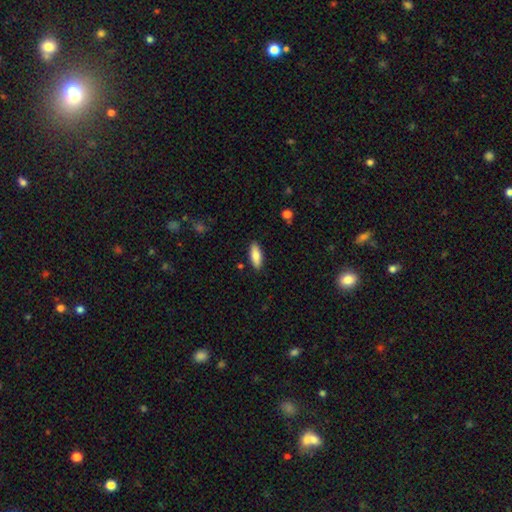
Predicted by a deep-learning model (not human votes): A smooth galaxy with no disk features (81%) that is in between round and cigar-shaped (69%).

Vote fractions:
- Smooth or featured? smooth: 81% / featured or disk: 13% / star or artifact: 6%
- How rounded? in between: 69% / cigar-shaped: 29% / round: 2%
- Merging? none: 88% / minor disturbance: 9% / major disturbance: 2% / merger: 1%